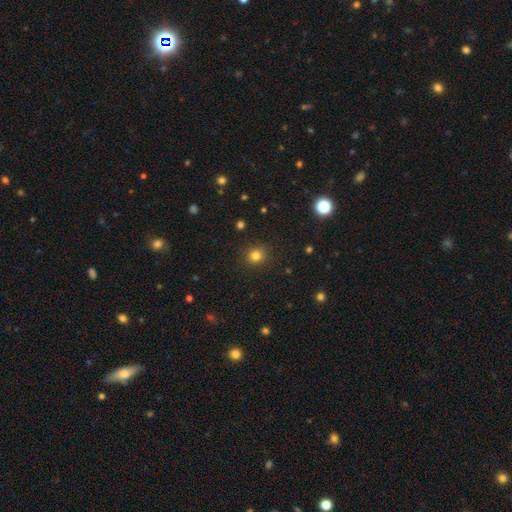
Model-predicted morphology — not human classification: This is clearly a smooth galaxy (80%). How rounded: clearly round (89%). Merging: clearly none (90%).